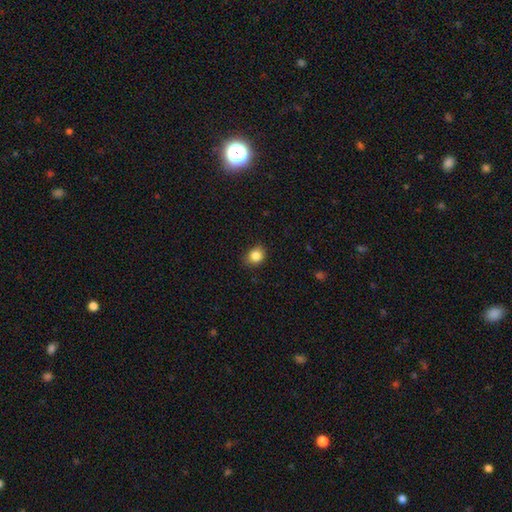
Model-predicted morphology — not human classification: smooth 85%, star or artifact 10%, featured or disk 5%. Down the decision tree: how rounded — round (64%); merging — none (82%).